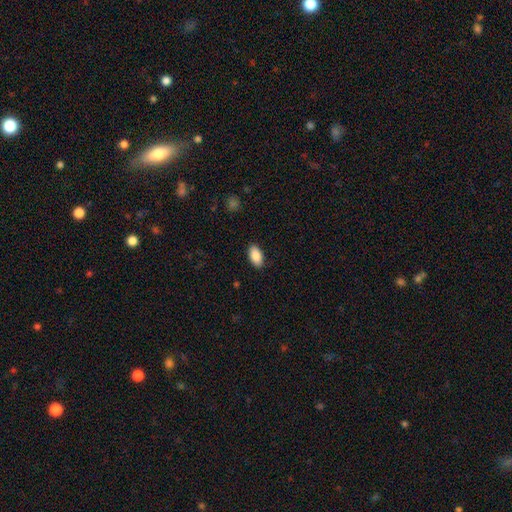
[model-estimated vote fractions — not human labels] This appears to be a smooth galaxy with no disk features (89%) that is in between round and cigar-shaped (94%). Merging: none (88%).